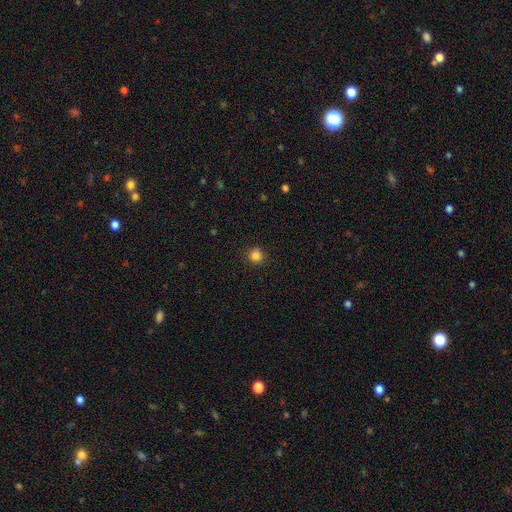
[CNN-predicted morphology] This appears to be a smooth galaxy with no disk features (85%) that is round (93%). Merging: none (90%).